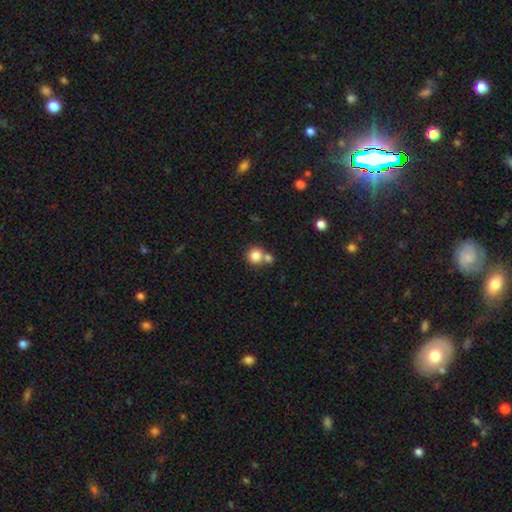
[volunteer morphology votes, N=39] Q: Smooth or featured?
A: smooth (85%); runner-up: star or artifact (10%)
Q: How rounded?
A: round (94%); runner-up: in between (6%)
Q: Merging?
A: none (49%); runner-up: merger (46%)